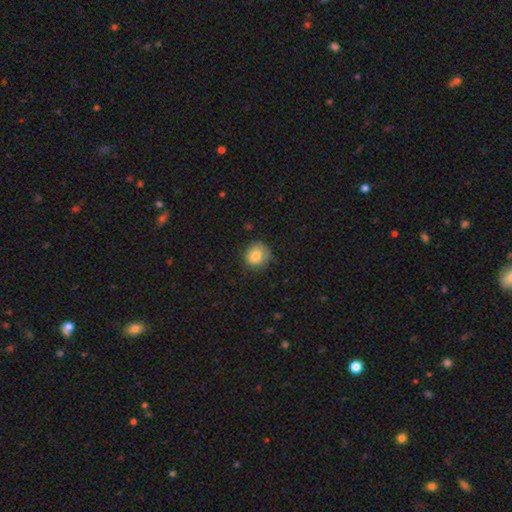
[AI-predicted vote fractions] A smooth galaxy with no disk features (80%) that is round (85%). Merging: none (73%).